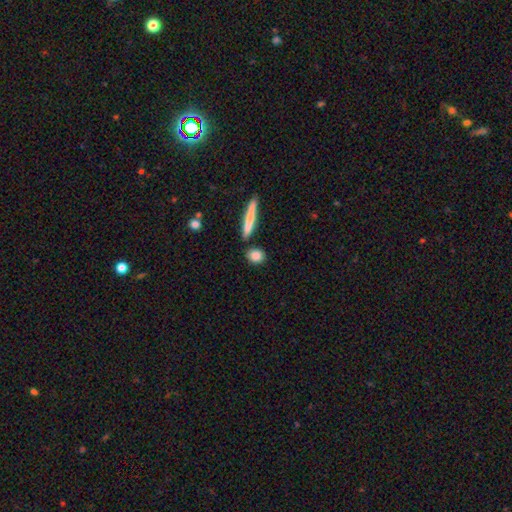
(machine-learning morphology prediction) A smooth galaxy with no disk features (86%) that is round (44%).

Vote fractions:
- Smooth or featured? smooth: 86% / featured or disk: 8% / star or artifact: 7%
- How rounded? round: 44% / in between: 39% / cigar-shaped: 17%
- Merging? none: 81% / minor disturbance: 9% / merger: 7% / major disturbance: 3%